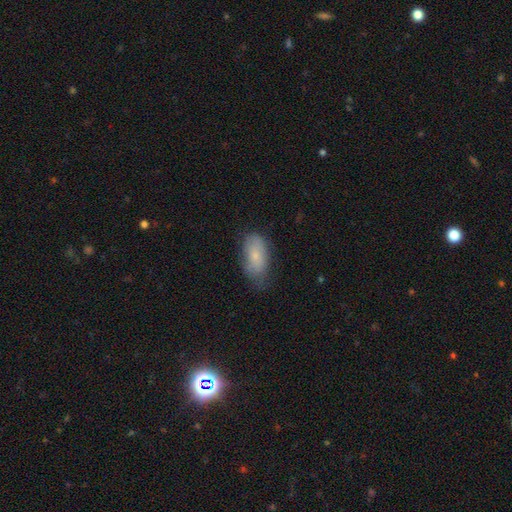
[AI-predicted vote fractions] The model was most divided on "merging": none: 58%, minor disturbance: 32%, major disturbance: 9%, merger: 1%. More confident: how rounded — in between (91%); smooth or featured — smooth (71%).